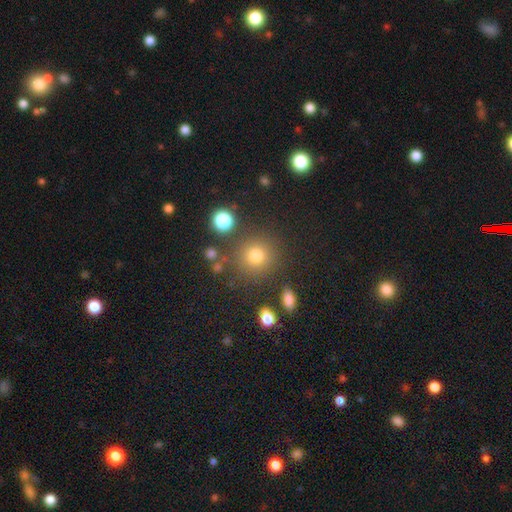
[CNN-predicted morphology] The model was most divided on "smooth or featured": smooth: 77%, star or artifact: 15%, featured or disk: 7%. More confident: how rounded — round (92%); merging — none (81%).